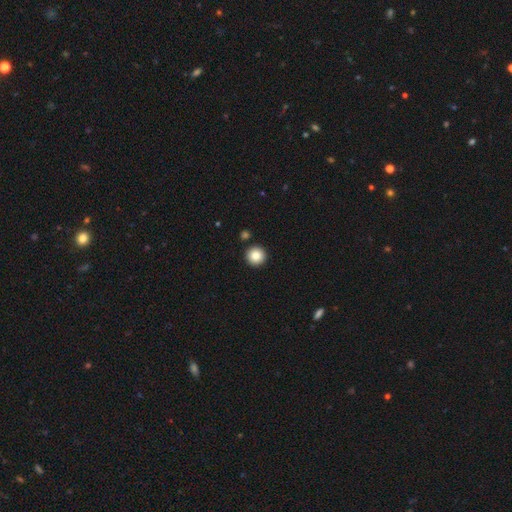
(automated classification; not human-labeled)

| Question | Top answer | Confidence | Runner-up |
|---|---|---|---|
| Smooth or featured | smooth | 85% | star or artifact (9%) |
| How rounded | round | 96% | in between (3%) |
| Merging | none | 91% | minor disturbance (5%) |